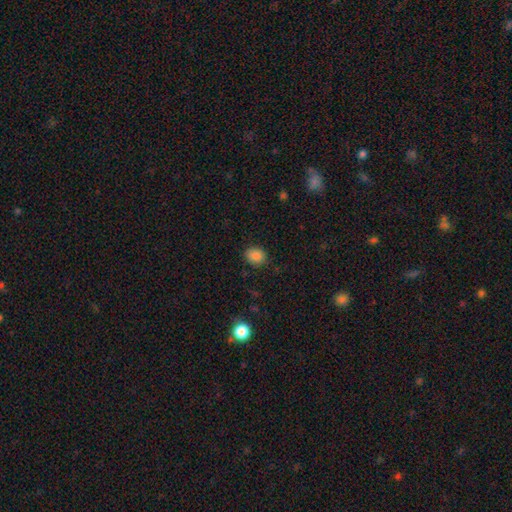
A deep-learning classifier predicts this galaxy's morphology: smooth 85%, star or artifact 10%, featured or disk 5%. Down the decision tree: how rounded — round (56%); merging — none (86%).